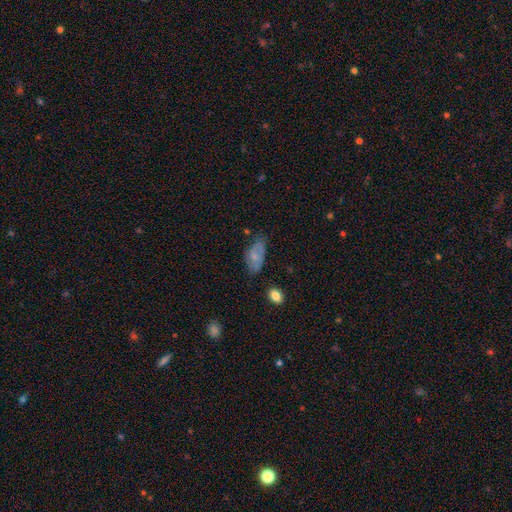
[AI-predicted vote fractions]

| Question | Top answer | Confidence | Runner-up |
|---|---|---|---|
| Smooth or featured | smooth | 56% | featured or disk (36%) |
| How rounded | in between | 91% | round (5%) |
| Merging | none | 57% | minor disturbance (31%) |